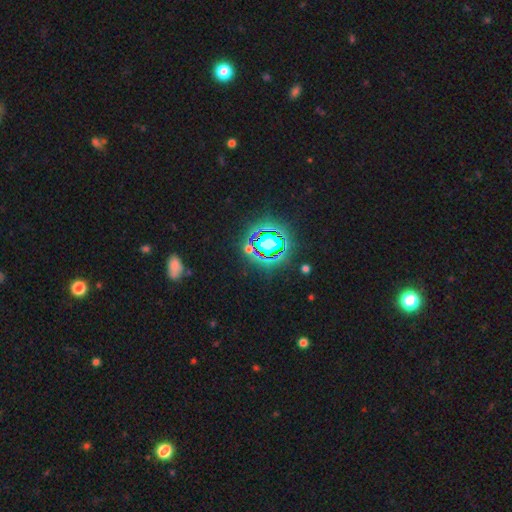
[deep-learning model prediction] A star or artifact, not a galaxy (81%).

Vote fractions:
- Smooth or featured? star or artifact: 81% / smooth: 12% / featured or disk: 7%